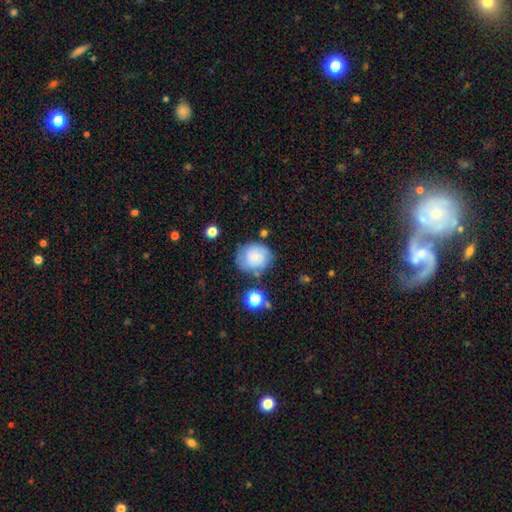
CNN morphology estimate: A smooth galaxy with no disk features (69%) that is round (78%).

Vote fractions:
- Smooth or featured? smooth: 69% / featured or disk: 21% / star or artifact: 10%
- How rounded? round: 78% / in between: 21% / cigar-shaped: 1%
- Merging? none: 67% / minor disturbance: 20% / major disturbance: 7% / merger: 6%